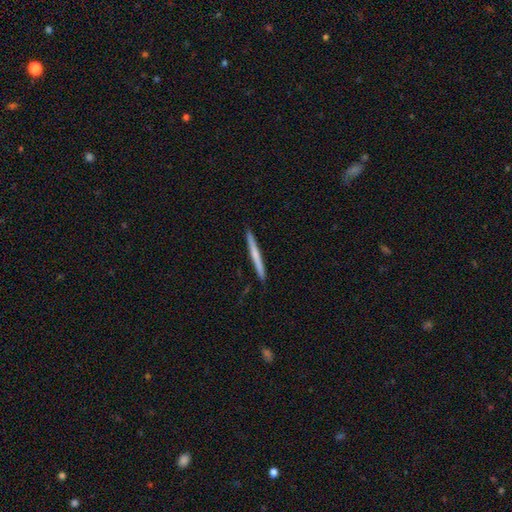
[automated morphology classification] Smooth or featured? Predicted: smooth (p=0.51). How rounded? Predicted: cigar-shaped (p=0.97). Merging? Predicted: none (p=0.92).